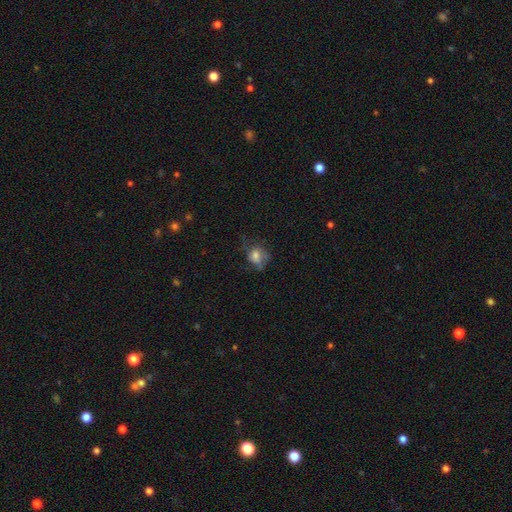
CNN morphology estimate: smooth 56%, featured or disk 31%, star or artifact 13%. Down the decision tree: how rounded — in between (50%); merging — none (43%).